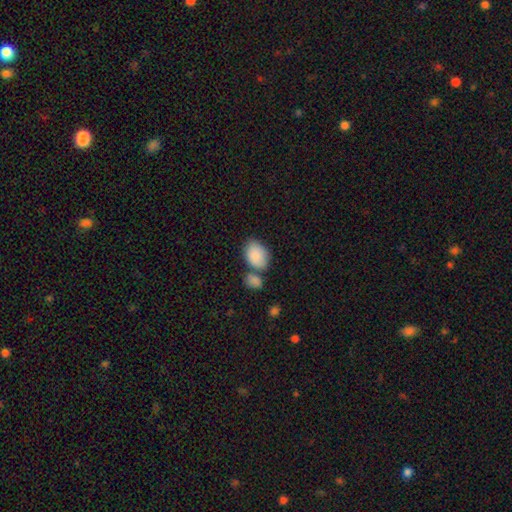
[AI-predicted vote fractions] The model was most divided on "merging": none: 50%, merger: 27%, minor disturbance: 18%, major disturbance: 5%. More confident: smooth or featured — smooth (87%); how rounded — in between (84%).